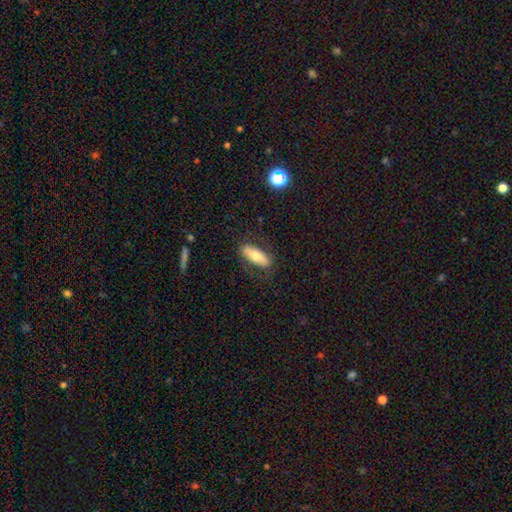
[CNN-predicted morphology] This is likely a smooth galaxy (63%). How rounded: possibly in between (57%). Merging: likely none (78%).